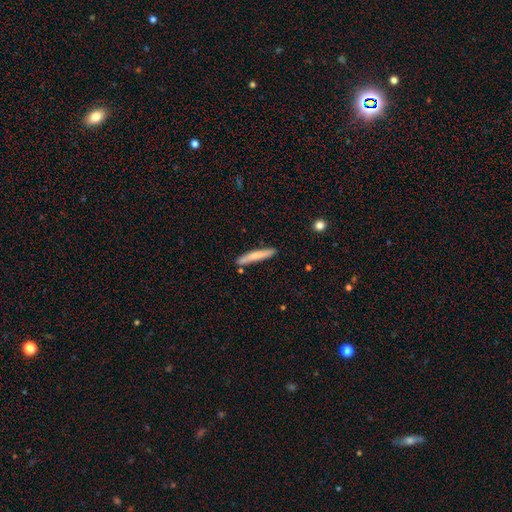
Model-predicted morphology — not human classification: The model was most divided on "smooth or featured": smooth: 71%, featured or disk: 23%, star or artifact: 5%. More confident: how rounded — cigar-shaped (94%); merging — none (81%).